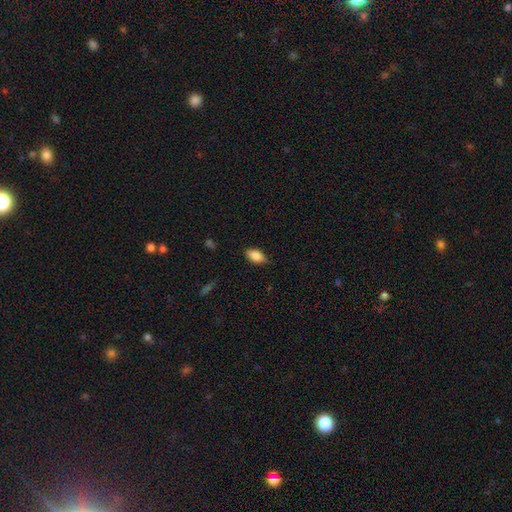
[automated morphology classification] Smooth or featured? Predicted: smooth (p=0.84). How rounded? Predicted: in between (p=0.91). Merging? Predicted: none (p=0.79).